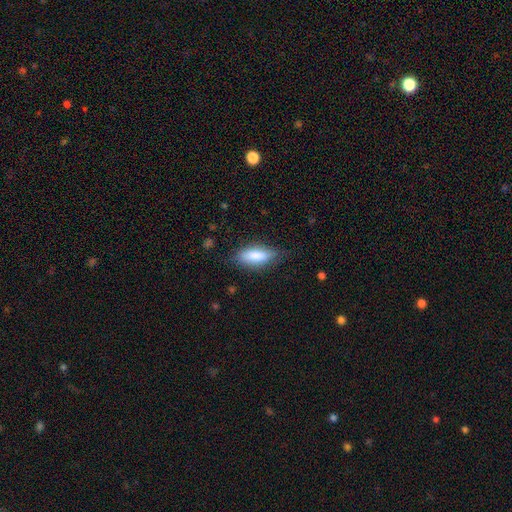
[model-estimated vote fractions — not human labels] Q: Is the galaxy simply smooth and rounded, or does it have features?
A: smooth — 80%.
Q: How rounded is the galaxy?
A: in between — 72%.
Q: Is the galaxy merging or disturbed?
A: none — 75%.